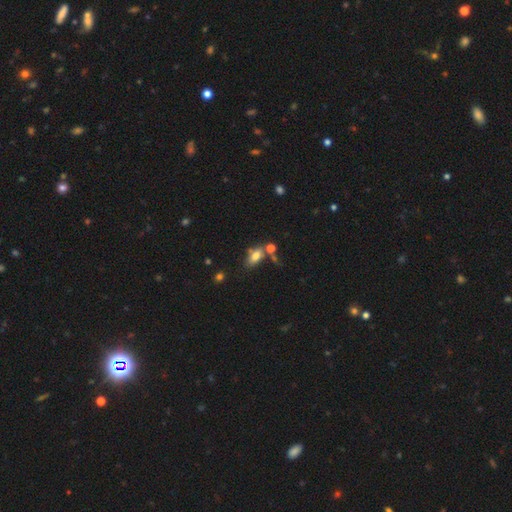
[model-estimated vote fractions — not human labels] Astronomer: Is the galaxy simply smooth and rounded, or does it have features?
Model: smooth — 74%.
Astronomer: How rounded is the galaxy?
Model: in between — 86%.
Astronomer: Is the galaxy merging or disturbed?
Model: none — 50%.